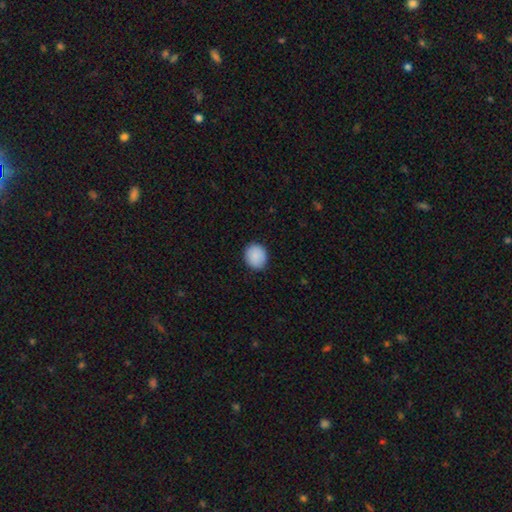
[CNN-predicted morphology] Smooth or featured? smooth (89%)
How rounded? round (76%)
Merging? none (89%)